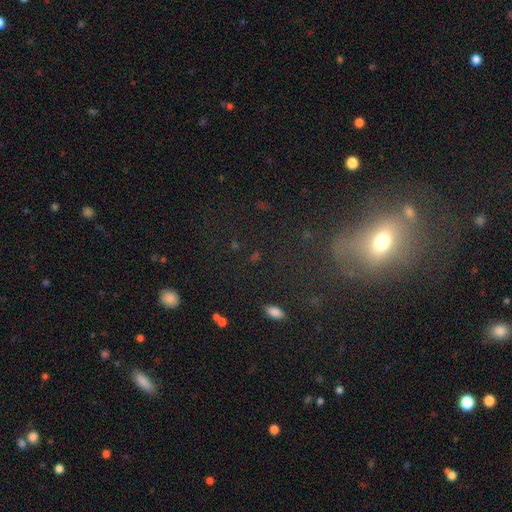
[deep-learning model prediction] Smooth or featured?
  - smooth: 40% *
  - star or artifact: 38%
  - featured or disk: 22%
Merging?
  - none: 54% *
  - major disturbance: 20%
  - minor disturbance: 18%
  - merger: 8%